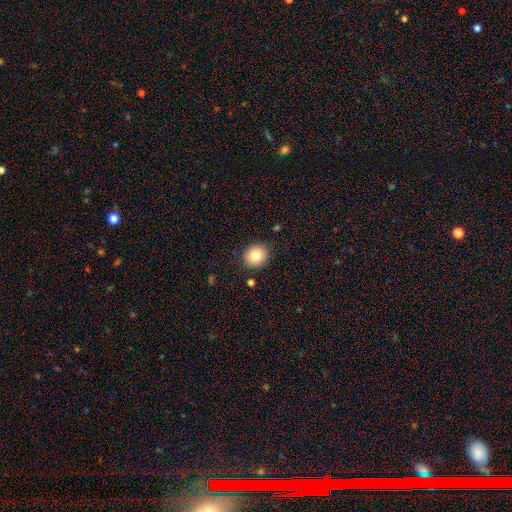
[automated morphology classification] Smooth or featured? Predicted: smooth (p=0.81). How rounded? Predicted: round (p=0.82). Merging? Predicted: none (p=0.88).